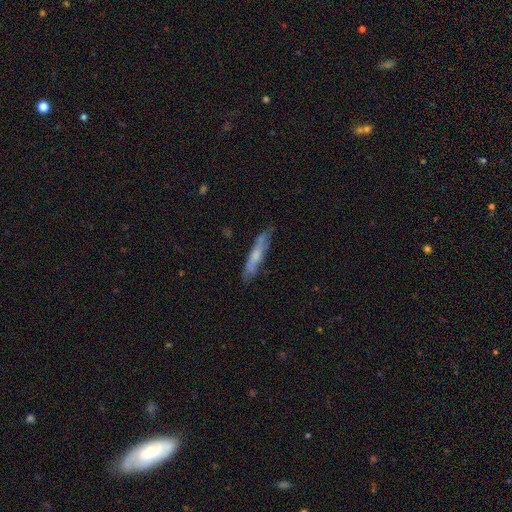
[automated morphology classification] type=smooth (49%); merging=none (77%).